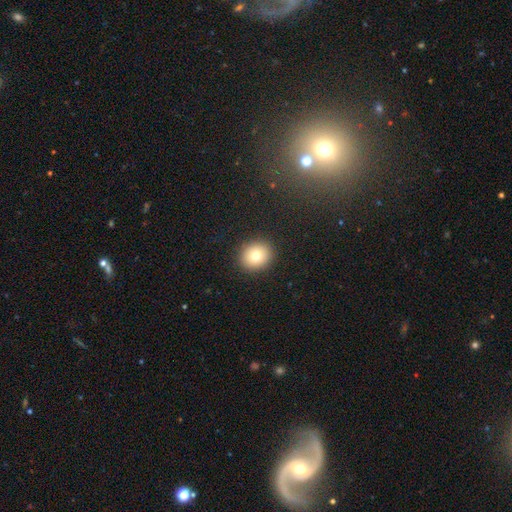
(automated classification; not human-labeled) A smooth galaxy with no disk features (76%) that is round (79%).

Vote fractions:
- Smooth or featured? smooth: 76% / featured or disk: 13% / star or artifact: 11%
- How rounded? round: 79% / in between: 20% / cigar-shaped: 1%
- Merging? none: 91% / minor disturbance: 6% / major disturbance: 2% / merger: 1%